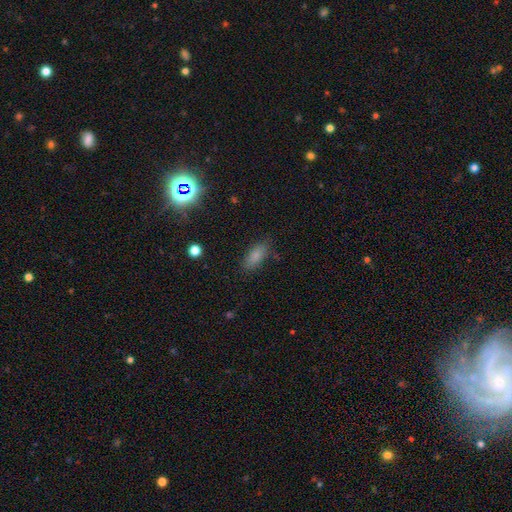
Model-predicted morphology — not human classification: This appears to be a smooth galaxy with no disk features (81%) that is in between round and cigar-shaped (81%). Merging: none (81%).